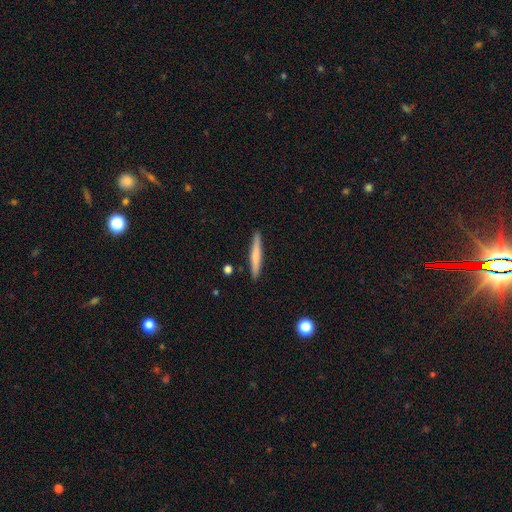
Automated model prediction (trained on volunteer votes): Smooth or featured? Predicted: smooth (p=0.65). How rounded? Predicted: cigar-shaped (p=0.95). Merging? Predicted: none (p=0.90).